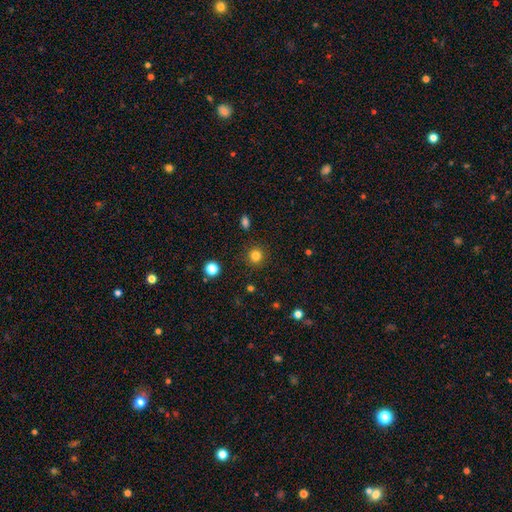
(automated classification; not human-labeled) smooth 82%, star or artifact 13%, featured or disk 5%. Down the decision tree: how rounded — round (94%); merging — none (90%).